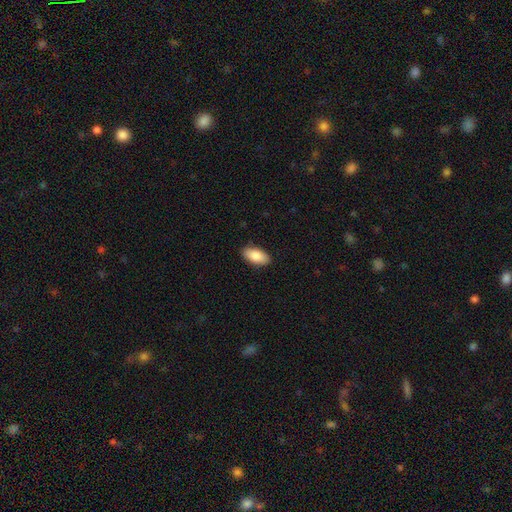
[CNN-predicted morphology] Q: Smooth or featured?
A: smooth (86%); runner-up: featured or disk (8%)
Q: How rounded?
A: in between (93%); runner-up: cigar-shaped (4%)
Q: Merging?
A: none (89%); runner-up: minor disturbance (9%)